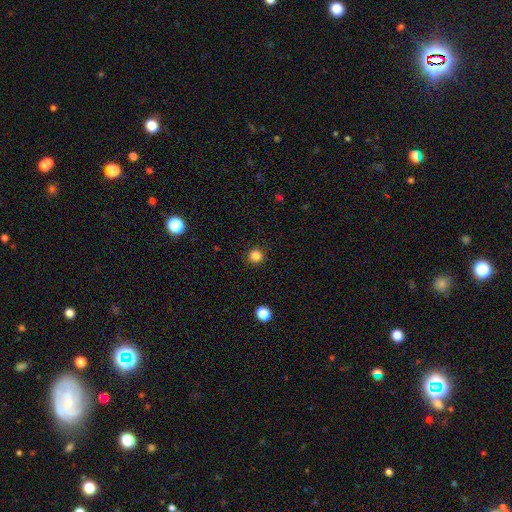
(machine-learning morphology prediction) A smooth galaxy with no disk features (85%) that is round (95%). Merging: none (91%).